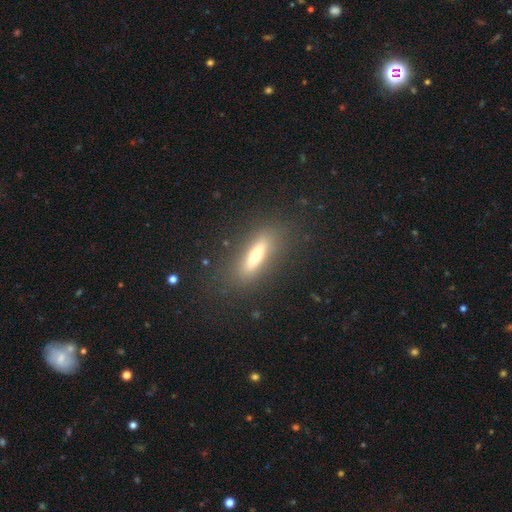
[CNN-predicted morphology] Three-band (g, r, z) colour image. It shows a smooth galaxy with no disk features (53%) that is cigar-shaped (63%). Merging: none (82%).